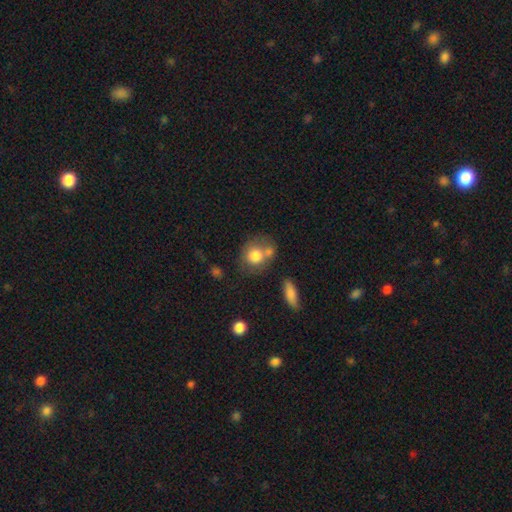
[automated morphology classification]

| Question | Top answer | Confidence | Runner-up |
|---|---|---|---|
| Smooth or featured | smooth | 74% | featured or disk (18%) |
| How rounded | round | 68% | in between (31%) |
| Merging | none | 43% | merger (31%) |